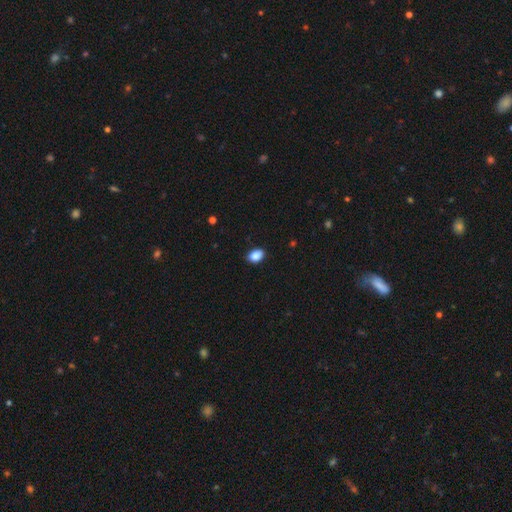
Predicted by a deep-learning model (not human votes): Smooth or featured: smooth — 89% (star or artifact — 8%)
How rounded: in between — 85% (round — 14%)
Merging: none — 86% (minor disturbance — 11%)